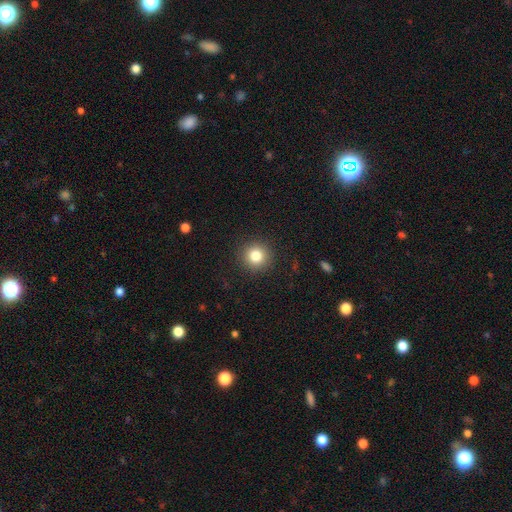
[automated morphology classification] Smooth or featured? Predicted: smooth (p=0.83). How rounded? Predicted: round (p=0.94). Merging? Predicted: none (p=0.91).